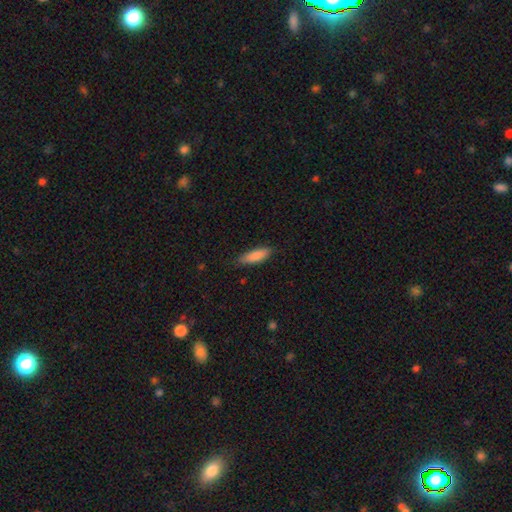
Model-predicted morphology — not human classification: Smooth or featured? smooth (86%)
How rounded? in between (51%)
Merging? none (80%)